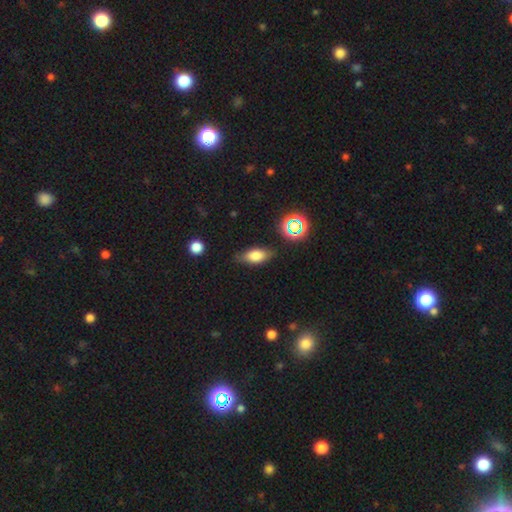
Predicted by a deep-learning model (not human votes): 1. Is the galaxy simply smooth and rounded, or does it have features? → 70% smooth, 19% featured or disk, 11% star or artifact.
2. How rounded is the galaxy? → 78% in between, 16% cigar-shaped, 6% round.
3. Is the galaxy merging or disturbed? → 78% none, 16% minor disturbance, 3% major disturbance, 2% merger.